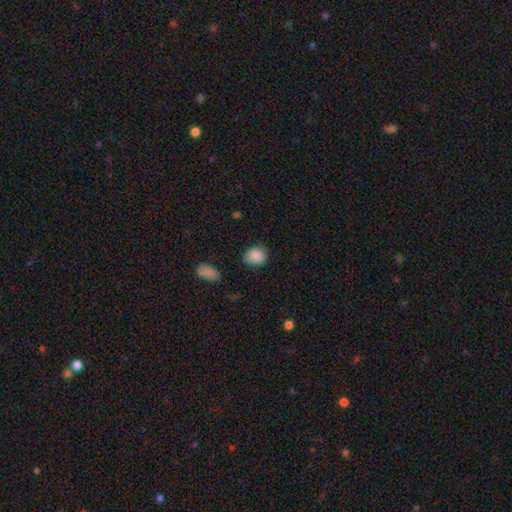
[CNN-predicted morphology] This appears to be a smooth galaxy with no disk features (87%) that is round (64%). Merging: none (73%).